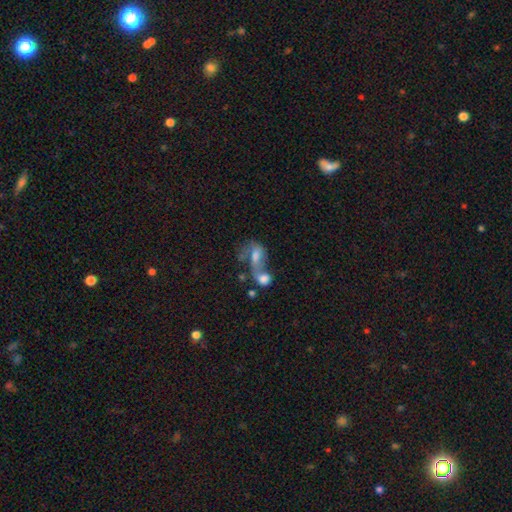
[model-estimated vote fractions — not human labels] A smooth galaxy with no disk features (52%) that is in between round and cigar-shaped (79%).

Vote fractions:
- Smooth or featured? smooth: 52% / featured or disk: 37% / star or artifact: 11%
- How rounded? in between: 79% / round: 16% / cigar-shaped: 5%
- Merging? merger: 63% / major disturbance: 16% / none: 13% / minor disturbance: 8%